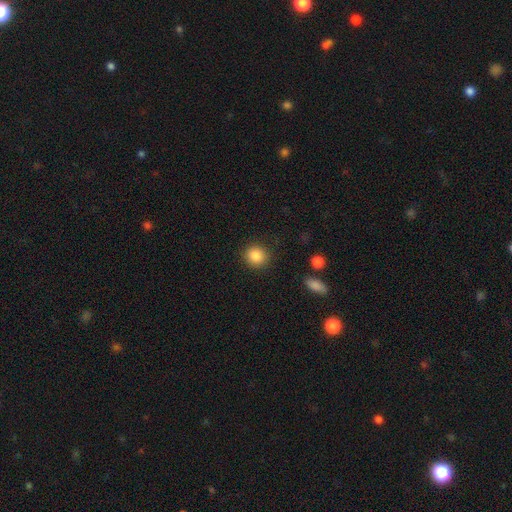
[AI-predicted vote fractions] Smooth or featured? Predicted: smooth (p=0.87). How rounded? Predicted: round (p=0.86). Merging? Predicted: none (p=0.89).